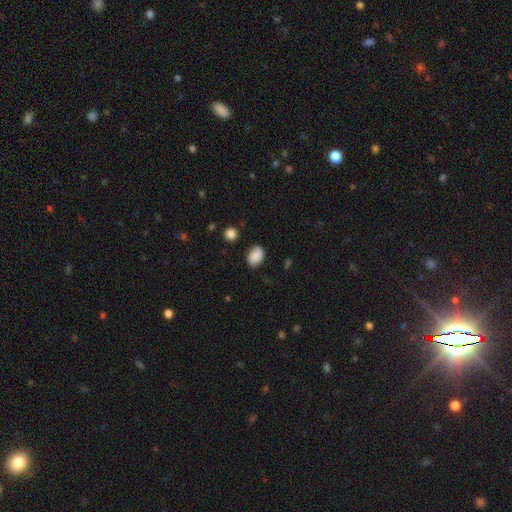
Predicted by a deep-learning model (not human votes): Smooth or featured?
  - smooth: 82% *
  - featured or disk: 9%
  - star or artifact: 9%
How rounded?
  - in between: 82% *
  - round: 16%
  - cigar-shaped: 1%
Merging?
  - none: 77% *
  - minor disturbance: 17%
  - major disturbance: 4%
  - merger: 2%